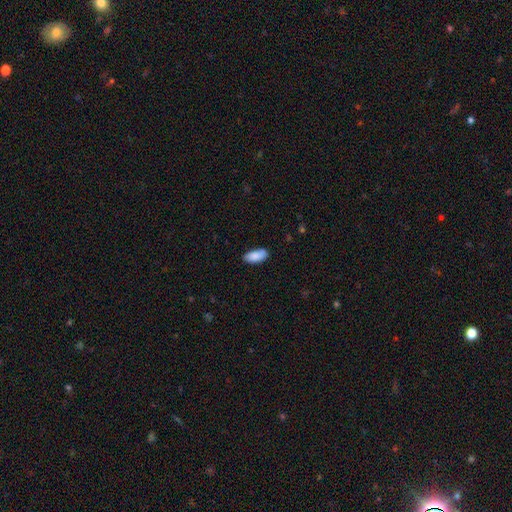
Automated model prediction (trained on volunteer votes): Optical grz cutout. It shows a smooth galaxy with no disk features (84%) that is in between round and cigar-shaped (89%). Merging: none (79%).